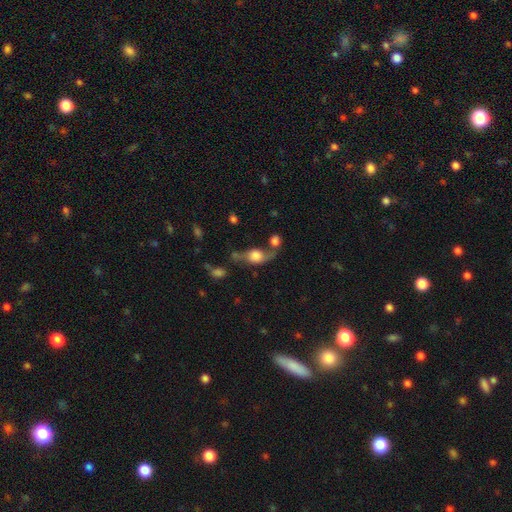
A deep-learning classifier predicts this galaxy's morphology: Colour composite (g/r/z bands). It shows a smooth galaxy with no disk features (45%). Merging: none (33%).